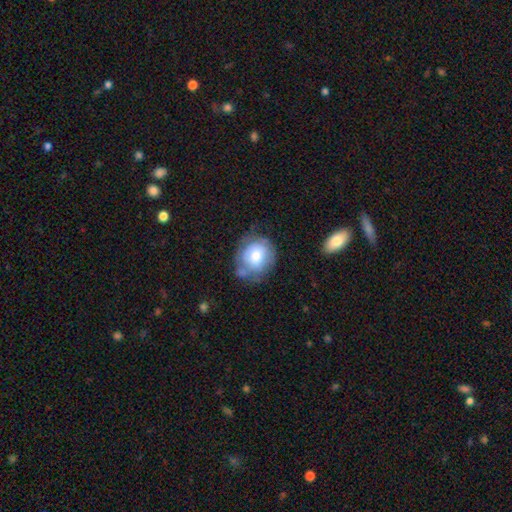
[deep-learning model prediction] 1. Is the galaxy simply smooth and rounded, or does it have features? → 64% smooth, 29% featured or disk, 8% star or artifact.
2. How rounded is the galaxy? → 71% round, 28% in between, 1% cigar-shaped.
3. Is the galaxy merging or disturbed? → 49% none, 30% minor disturbance, 13% major disturbance, 7% merger.